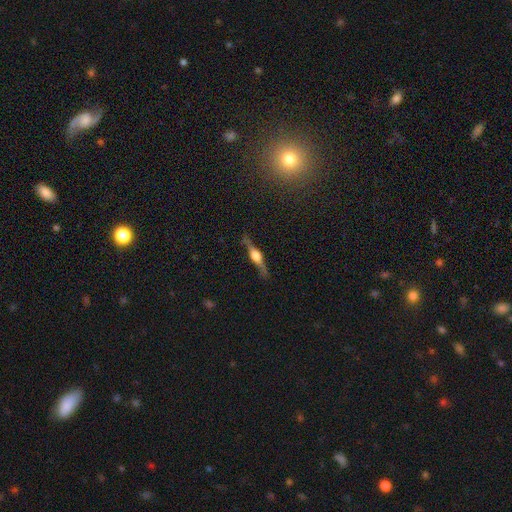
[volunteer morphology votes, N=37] A featured or disk galaxy (76%) viewed edge-on (96%) with a rounded central bulge (96%).

Vote fractions:
- Smooth or featured? featured or disk: 76% / smooth: 22% / star or artifact: 3%
- Edge-on disk? yes: 96% / no: 4%
- Edge-on bulge? rounded: 96% / boxy: 4% / none: 0%
- Merging? none: 97% / major disturbance: 3% / minor disturbance: 0% / merger: 0%